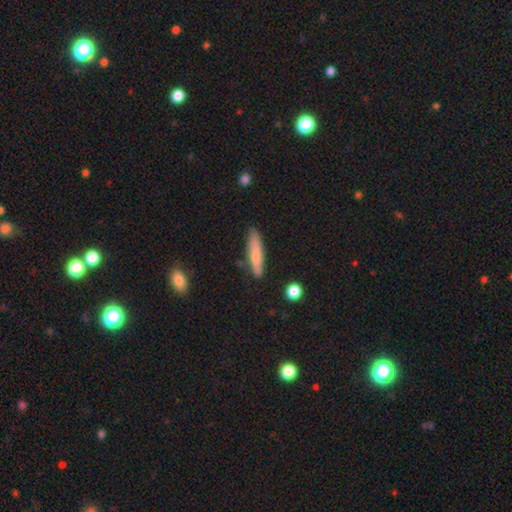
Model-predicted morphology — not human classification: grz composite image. It shows a smooth galaxy with no disk features (72%) that is cigar-shaped (82%). Merging: none (76%).